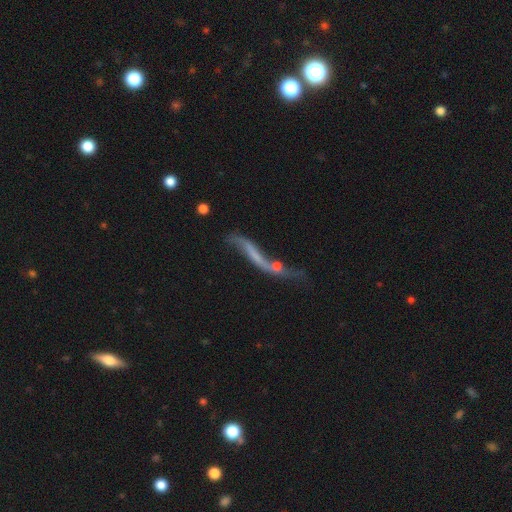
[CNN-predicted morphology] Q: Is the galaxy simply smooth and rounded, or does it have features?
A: featured or disk — 67%.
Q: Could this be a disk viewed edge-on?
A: no — 69%.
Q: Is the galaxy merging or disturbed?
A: merger — 30%.